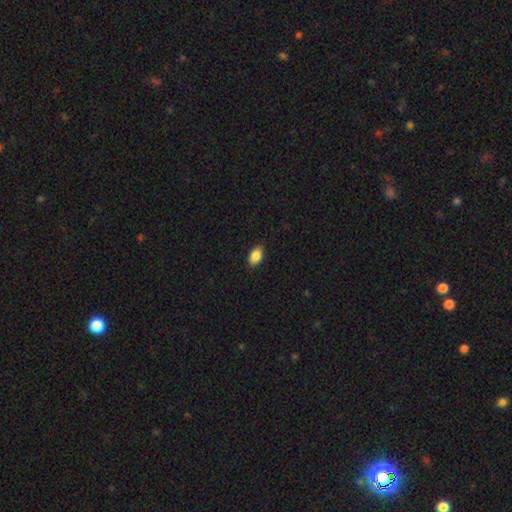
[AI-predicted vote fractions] smooth 87%, star or artifact 7%, featured or disk 5%. Down the decision tree: how rounded — in between (90%); merging — none (88%).